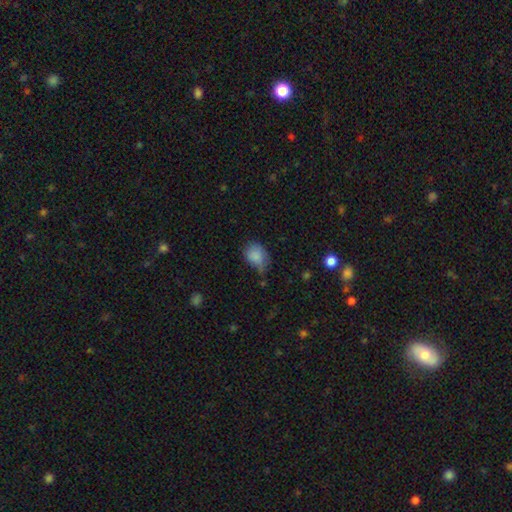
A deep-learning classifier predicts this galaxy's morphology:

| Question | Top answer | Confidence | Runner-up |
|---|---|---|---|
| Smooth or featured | smooth | 84% | star or artifact (9%) |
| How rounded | in between | 60% | round (39%) |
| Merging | none | 44% | minor disturbance (40%) |